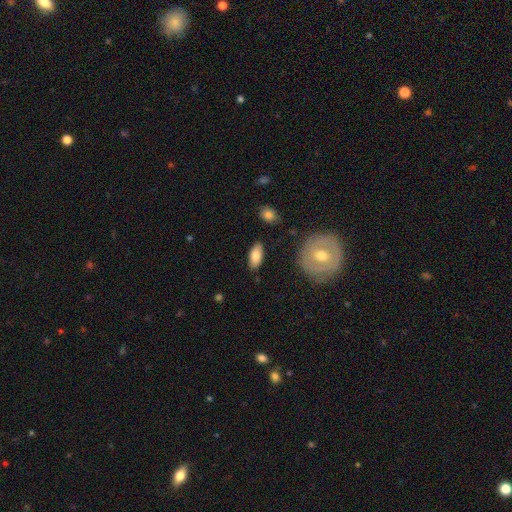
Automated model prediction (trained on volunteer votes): This appears to be a smooth galaxy with no disk features (80%) that is in between round and cigar-shaped (87%). Merging: none (85%).